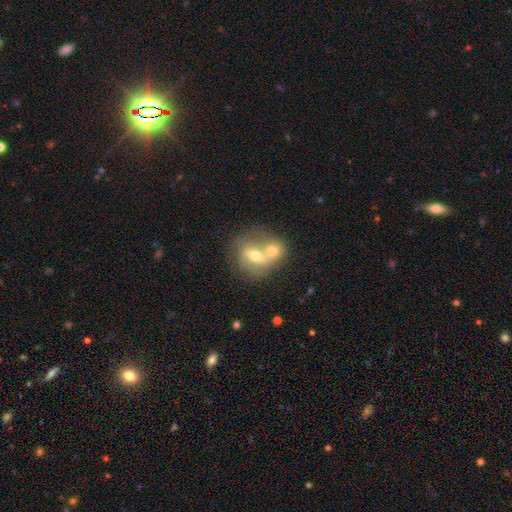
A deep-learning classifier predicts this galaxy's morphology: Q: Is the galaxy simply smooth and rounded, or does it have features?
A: featured or disk — 50%.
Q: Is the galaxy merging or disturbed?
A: merger — 68%.